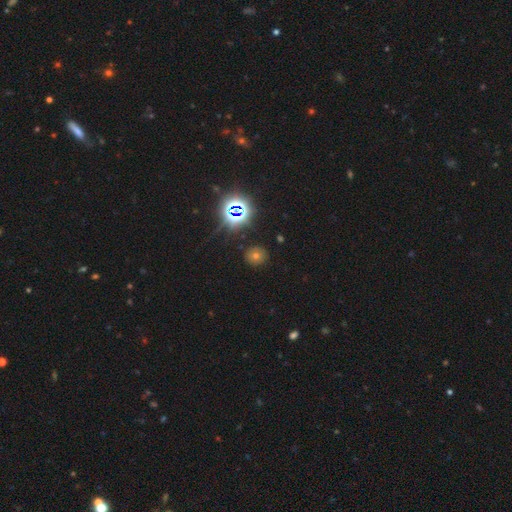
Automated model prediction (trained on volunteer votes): A smooth galaxy with no disk features (45%). Merging: none (86%).